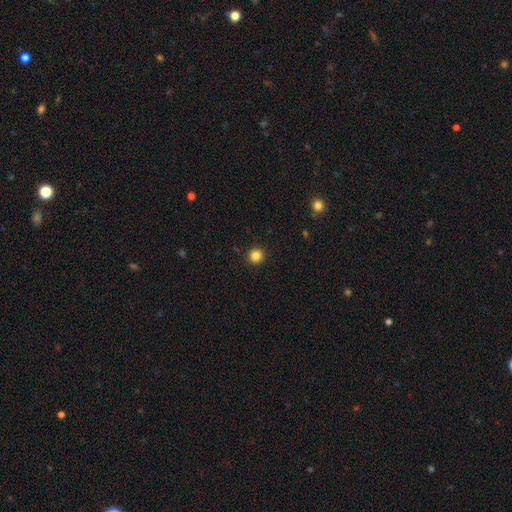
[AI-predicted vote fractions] Smooth or featured: smooth — 84% (star or artifact — 12%)
How rounded: round — 95% (in between — 4%)
Merging: none — 93% (minor disturbance — 5%)